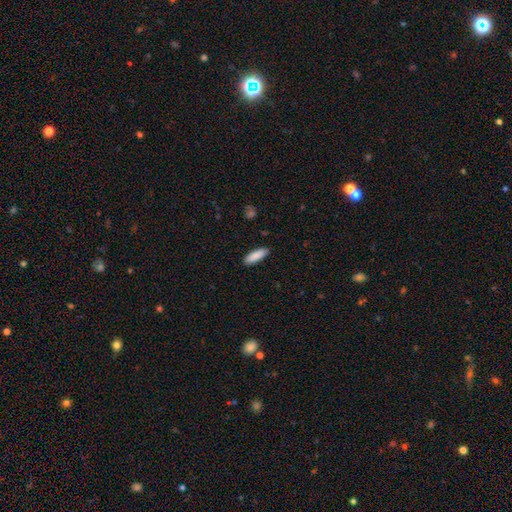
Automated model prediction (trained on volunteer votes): Smooth or featured? smooth (89%)
How rounded? cigar-shaped (51%)
Merging? none (89%)